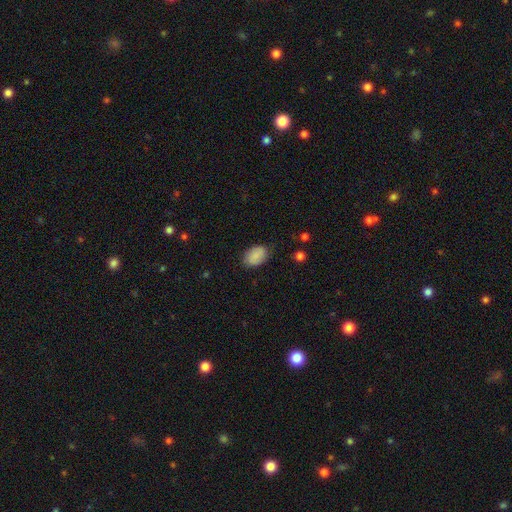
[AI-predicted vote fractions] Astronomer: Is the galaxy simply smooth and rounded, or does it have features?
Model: smooth — 83%.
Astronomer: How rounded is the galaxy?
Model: in between — 88%.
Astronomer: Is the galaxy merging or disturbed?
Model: none — 78%.